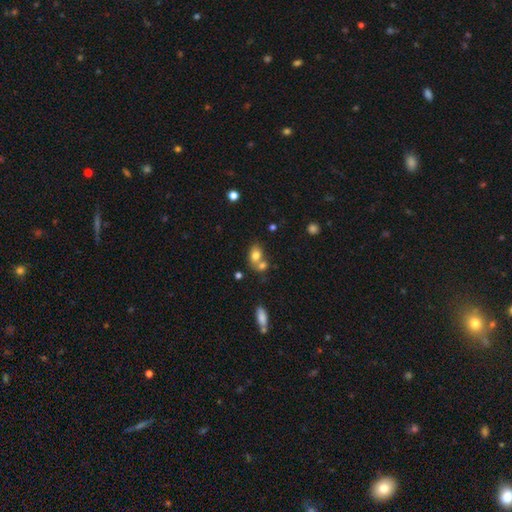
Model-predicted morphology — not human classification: The model was most divided on "merging": merger: 47%, none: 38%, minor disturbance: 11%, major disturbance: 4%. More confident: smooth or featured — smooth (77%); how rounded — in between (73%).